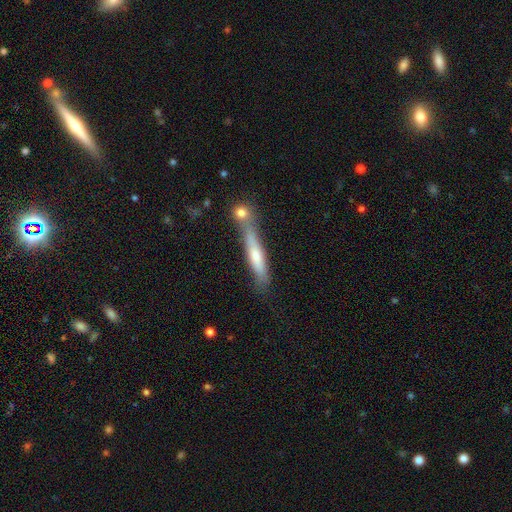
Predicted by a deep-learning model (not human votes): Overall: smooth (53%; featured or disk 40%). How rounded: cigar-shaped (89%). Merging: none (57%; merger 22%).